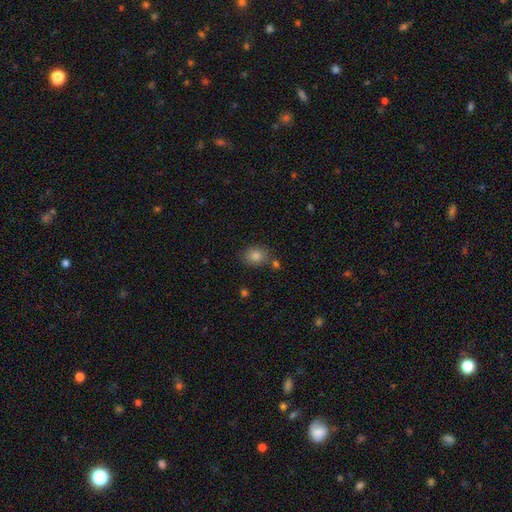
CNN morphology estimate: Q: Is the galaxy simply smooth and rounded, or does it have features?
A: smooth — 81%.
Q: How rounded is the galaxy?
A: round — 51%.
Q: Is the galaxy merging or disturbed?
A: none — 77%.